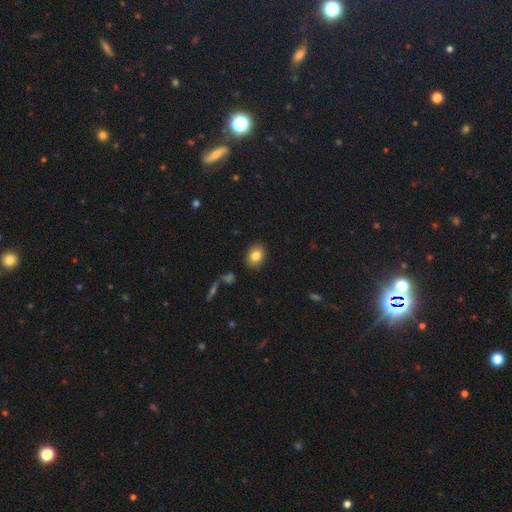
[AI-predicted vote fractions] This appears to be a smooth galaxy with no disk features (83%) that is in between round and cigar-shaped (64%). Merging: none (88%).